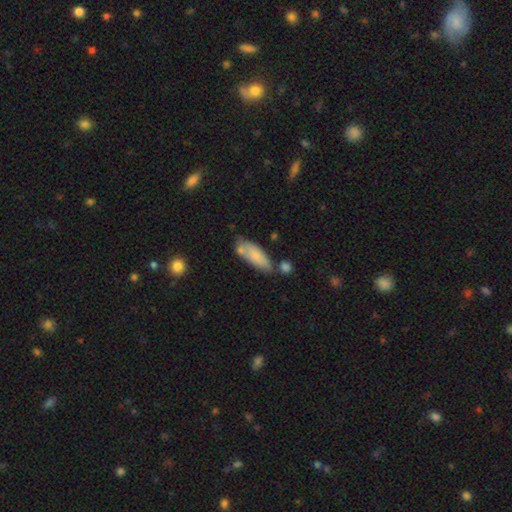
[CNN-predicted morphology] This is likely a smooth galaxy (77%). How rounded: likely in between (70%). Merging: possibly none (54%).